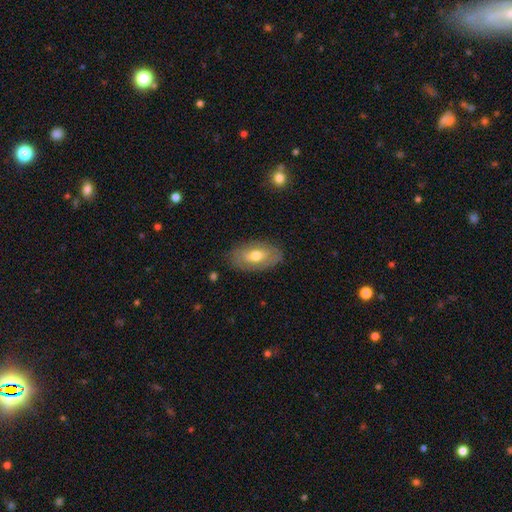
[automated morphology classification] This is possibly a smooth galaxy (54%). How rounded: clearly in between (91%). Merging: likely none (79%).